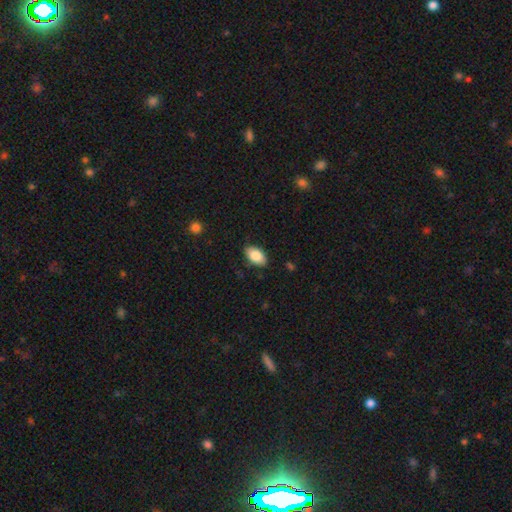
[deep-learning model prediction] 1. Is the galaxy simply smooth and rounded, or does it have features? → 85% smooth, 8% featured or disk, 7% star or artifact.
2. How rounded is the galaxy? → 94% in between, 4% round, 2% cigar-shaped.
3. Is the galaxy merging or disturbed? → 85% none, 11% minor disturbance, 2% major disturbance, 1% merger.